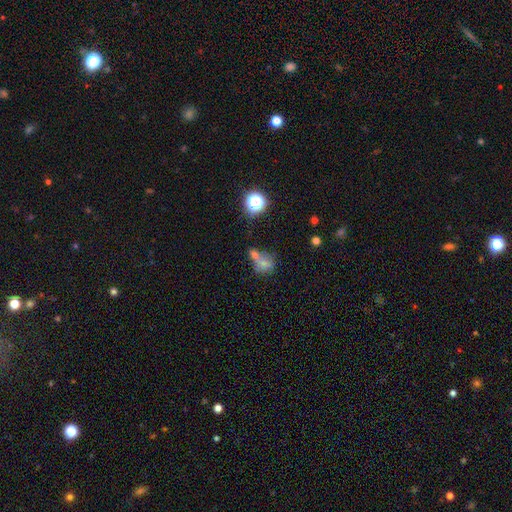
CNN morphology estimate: Smooth or featured? Predicted: smooth (p=0.62). How rounded? Predicted: in between (p=0.52). Merging? Predicted: merger (p=0.49).